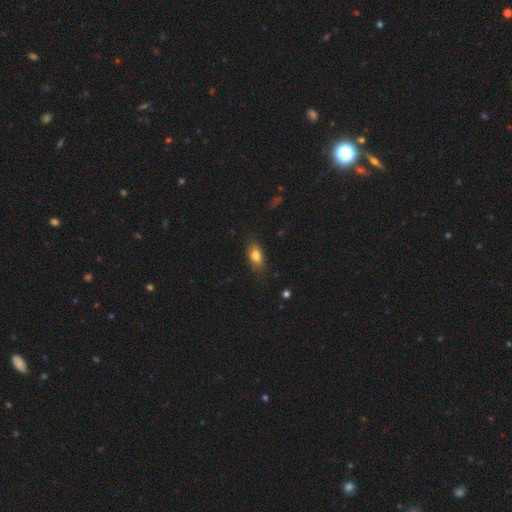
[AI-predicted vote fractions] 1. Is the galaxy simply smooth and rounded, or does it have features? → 79% smooth, 13% featured or disk, 8% star or artifact.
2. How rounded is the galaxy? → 84% in between, 10% cigar-shaped, 6% round.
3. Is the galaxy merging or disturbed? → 80% none, 16% minor disturbance, 3% major disturbance, 1% merger.